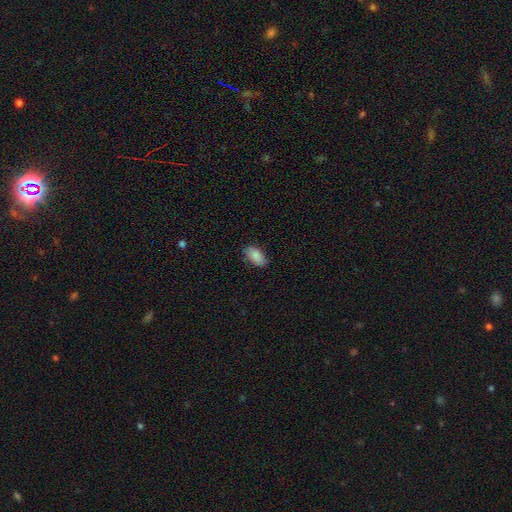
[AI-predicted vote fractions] Smooth or featured? smooth (87%)
How rounded? in between (94%)
Merging? none (80%)